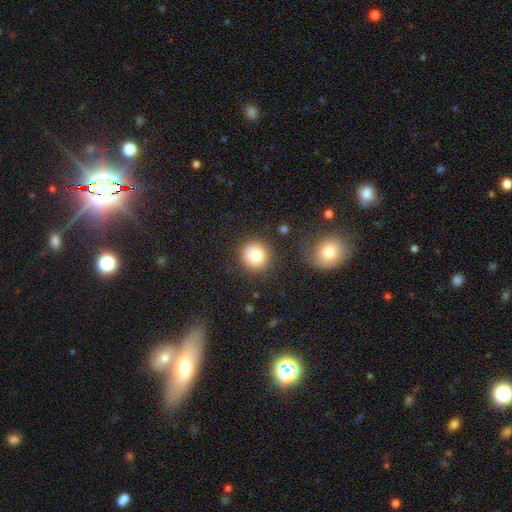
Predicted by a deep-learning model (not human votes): A smooth galaxy with no disk features (79%) that is round (92%).

Vote fractions:
- Smooth or featured? smooth: 79% / featured or disk: 11% / star or artifact: 11%
- How rounded? round: 92% / in between: 7% / cigar-shaped: 1%
- Merging? none: 86% / minor disturbance: 9% / major disturbance: 3% / merger: 2%